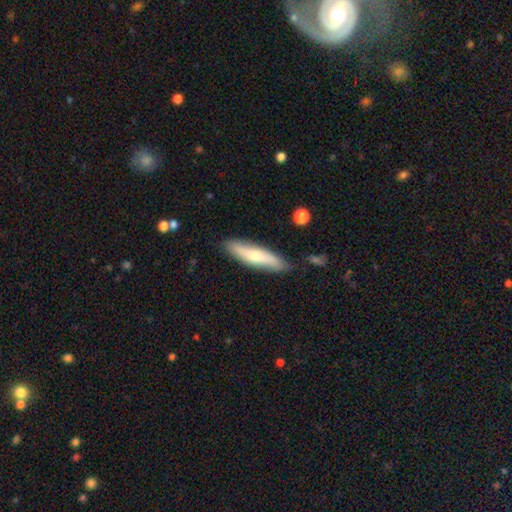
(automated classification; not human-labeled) Smooth or featured: smooth — 62% (featured or disk — 33%)
How rounded: cigar-shaped — 76% (in between — 23%)
Merging: none — 82% (minor disturbance — 14%)